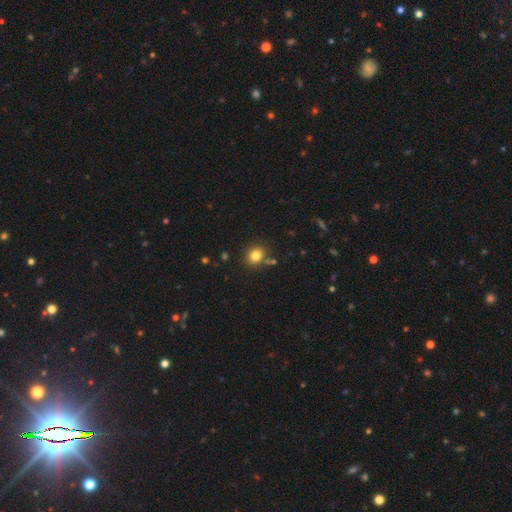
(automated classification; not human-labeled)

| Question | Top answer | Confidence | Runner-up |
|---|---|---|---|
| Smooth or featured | smooth | 81% | star or artifact (12%) |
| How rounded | round | 68% | in between (31%) |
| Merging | none | 79% | minor disturbance (10%) |